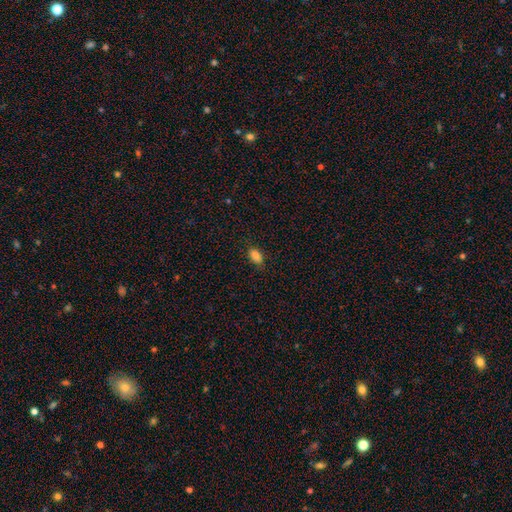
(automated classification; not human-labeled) Morphology: type=smooth (84%); roundness=in between (88%); merging=none (85%).